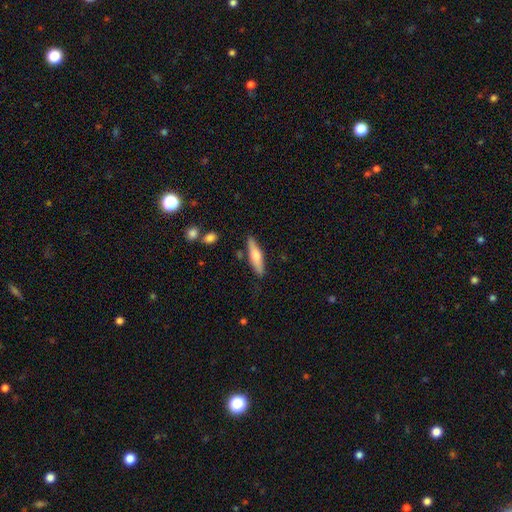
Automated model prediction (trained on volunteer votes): smooth_or_featured: smooth (p=0.61) [alt: featured or disk p=0.33]
how_rounded: cigar-shaped (p=0.74) [alt: in between p=0.25]
merging: none (p=0.82) [alt: minor disturbance p=0.12]